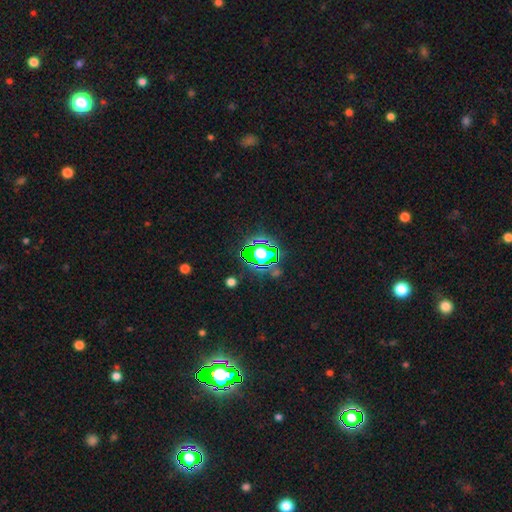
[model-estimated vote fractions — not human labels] smooth-or-featured: star or artifact: 53% | smooth: 32% | featured or disk: 15%